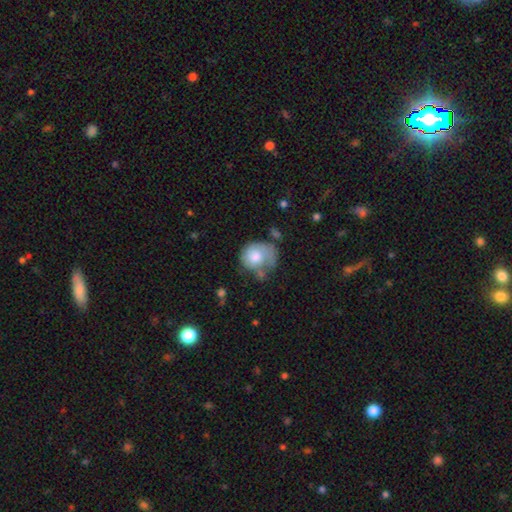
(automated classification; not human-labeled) This appears to be a smooth galaxy with no disk features (68%) that is round (66%). Merging: none (33%).